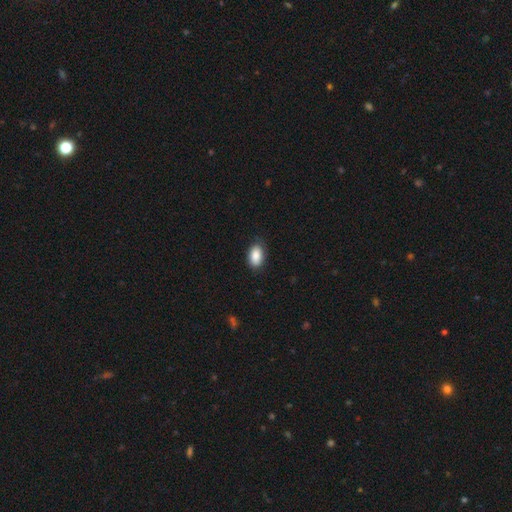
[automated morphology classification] Smooth or featured? Predicted: smooth (p=0.89). How rounded? Predicted: in between (p=0.90). Merging? Predicted: none (p=0.83).